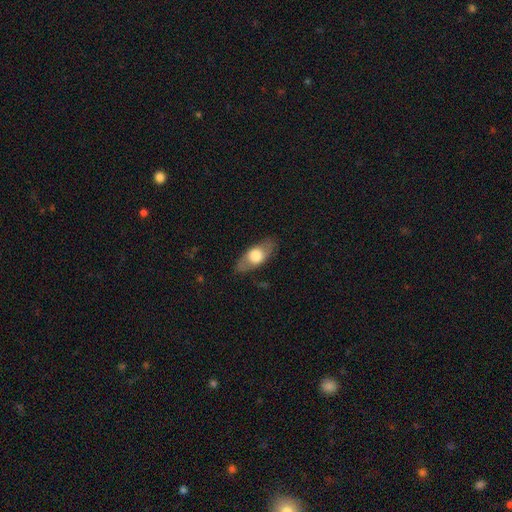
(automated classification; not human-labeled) The model was most divided on "smooth or featured": smooth: 56%, featured or disk: 38%, star or artifact: 6%. More confident: merging — none (80%); how rounded — in between (79%).